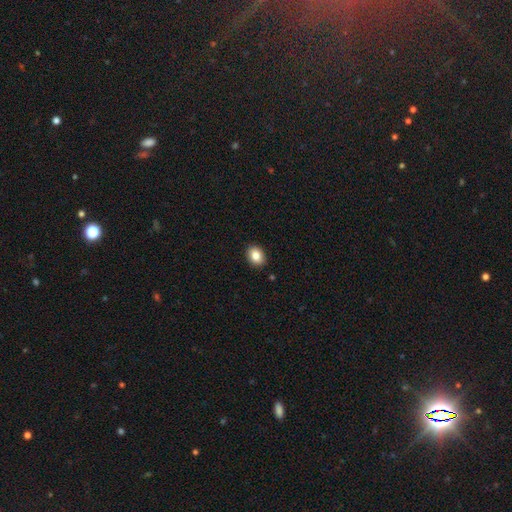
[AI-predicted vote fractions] A smooth galaxy with no disk features (85%) that is in between round and cigar-shaped (63%). Merging: none (90%).